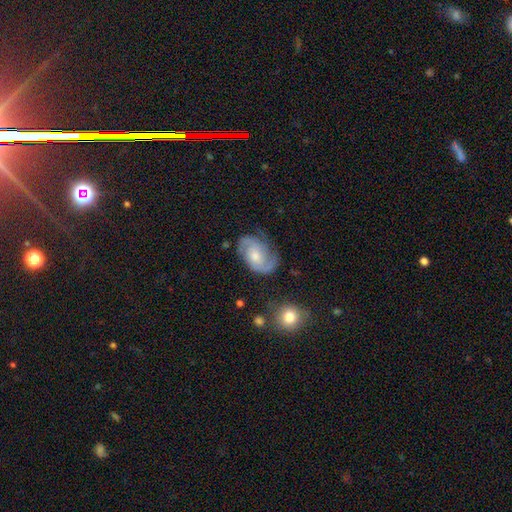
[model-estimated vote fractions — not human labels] Smooth or featured? Predicted: featured or disk (p=0.81). Edge-on disk? Predicted: no (p=0.97). Bar? Predicted: no (p=0.60). Spiral arms? Predicted: yes (p=0.96). Spiral winding? Predicted: medium (p=0.50). Spiral arm count? Predicted: 2 (p=0.84). Bulge size? Predicted: moderate (p=0.53). Merging? Predicted: none (p=0.71).